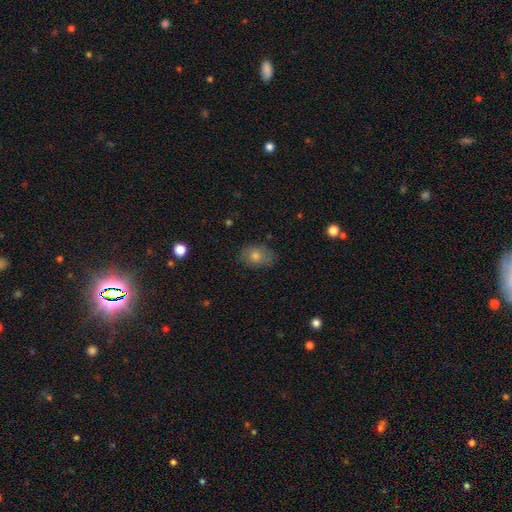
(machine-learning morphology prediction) This is likely a smooth galaxy (70%). How rounded: likely in between (69%). Merging: clearly none (81%).